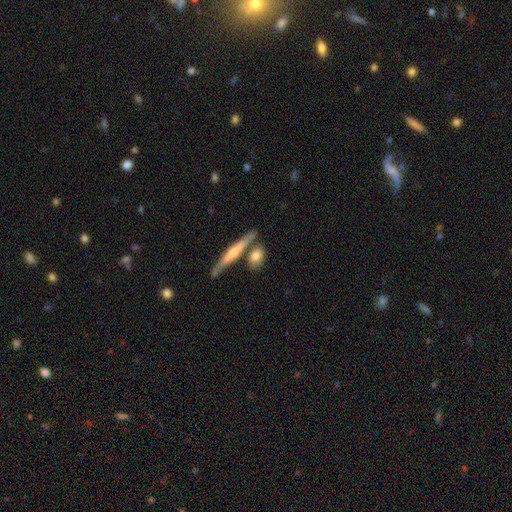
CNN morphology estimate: Smooth or featured?
  - smooth: 69% *
  - featured or disk: 25%
  - star or artifact: 6%
How rounded?
  - in between: 49% *
  - cigar-shaped: 32%
  - round: 19%
Merging?
  - none: 63% *
  - merger: 19%
  - minor disturbance: 13%
  - major disturbance: 4%